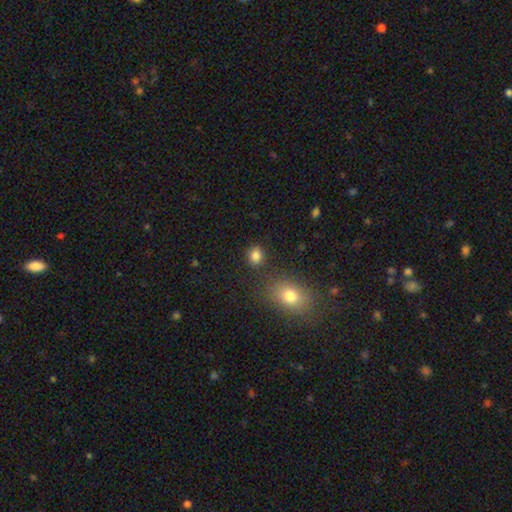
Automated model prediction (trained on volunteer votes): Overall: smooth (84%). How rounded: round (62%; in between 37%). Merging: none (82%).